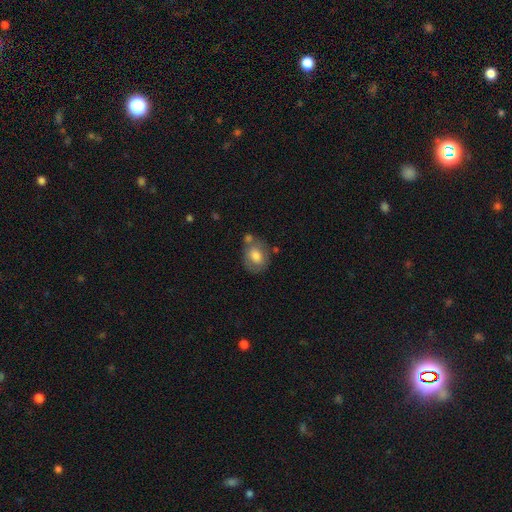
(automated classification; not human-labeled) Morphology: type=smooth (69%); roundness=in between (55%); merging=none (56%).